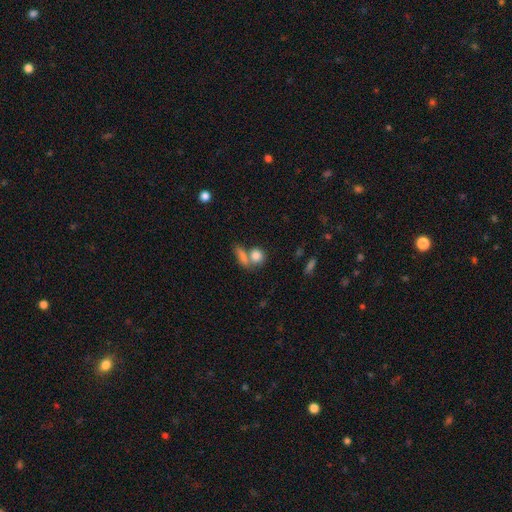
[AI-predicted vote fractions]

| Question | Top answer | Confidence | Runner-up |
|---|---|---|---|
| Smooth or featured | smooth | 82% | featured or disk (9%) |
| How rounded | round | 63% | in between (31%) |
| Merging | none | 45% | merger (41%) |